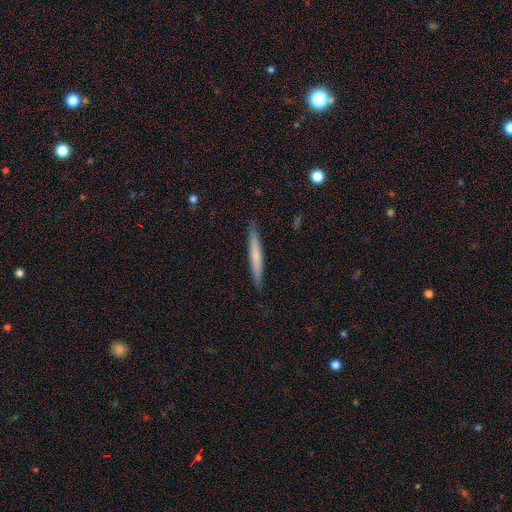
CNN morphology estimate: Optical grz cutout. It shows a smooth galaxy with no disk features (62%) that is cigar-shaped (96%). Merging: none (88%).